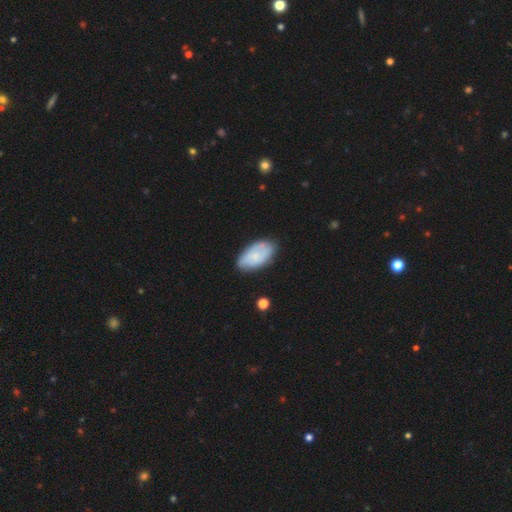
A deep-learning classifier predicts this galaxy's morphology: smooth-or-featured: smooth: 71% | featured or disk: 23% | star or artifact: 7%
  how-rounded: in between: 95% | round: 3% | cigar-shaped: 2%
  merging: none: 76% | minor disturbance: 18% | major disturbance: 4% | merger: 2%